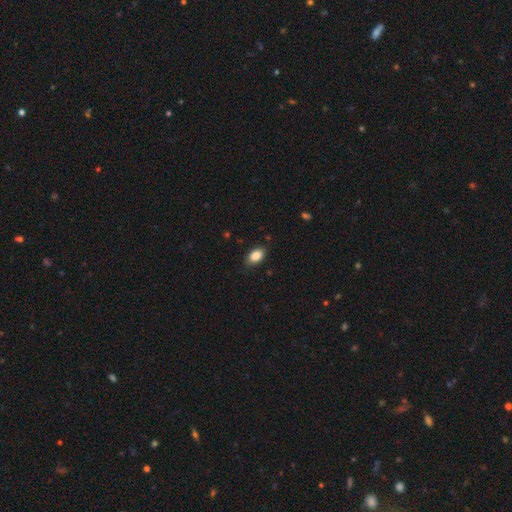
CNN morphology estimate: smooth_or_featured: smooth (p=0.87) [alt: star or artifact p=0.08]
how_rounded: in between (p=0.90) [alt: round p=0.08]
merging: none (p=0.84) [alt: minor disturbance p=0.13]